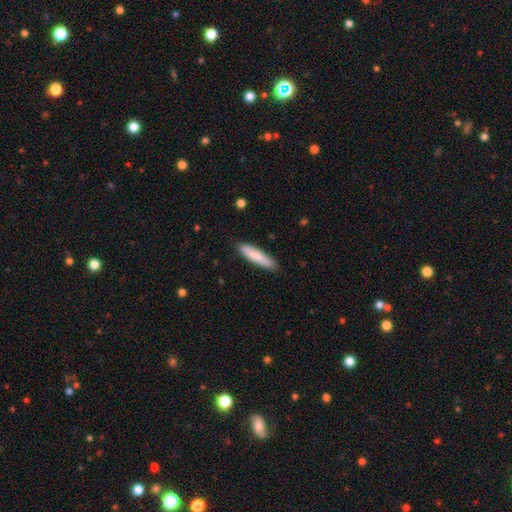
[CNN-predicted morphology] A smooth galaxy with no disk features (82%) that is cigar-shaped (82%).

Vote fractions:
- Smooth or featured? smooth: 82% / featured or disk: 13% / star or artifact: 5%
- How rounded? cigar-shaped: 82% / in between: 17% / round: 1%
- Merging? none: 88% / minor disturbance: 9% / major disturbance: 2% / merger: 1%